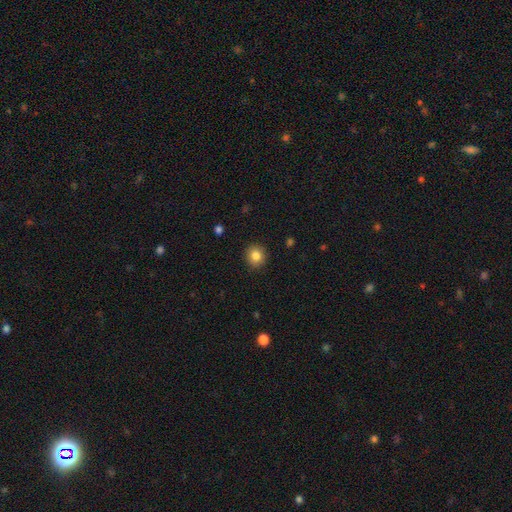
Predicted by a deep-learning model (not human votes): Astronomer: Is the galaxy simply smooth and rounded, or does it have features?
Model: smooth — 84%.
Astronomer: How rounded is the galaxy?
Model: round — 86%.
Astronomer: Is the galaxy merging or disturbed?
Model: none — 91%.